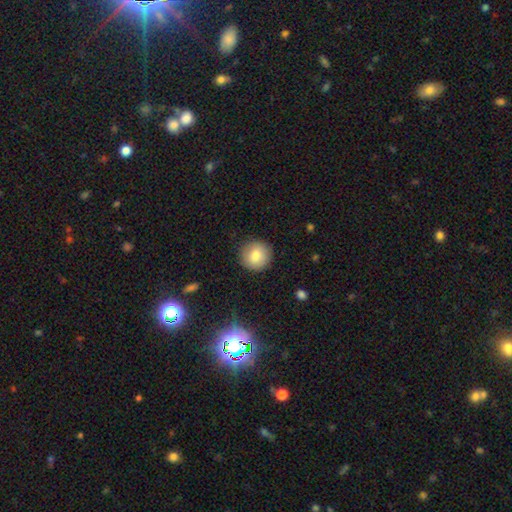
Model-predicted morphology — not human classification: This is clearly a smooth galaxy (80%). How rounded: clearly round (94%). Merging: clearly none (90%).